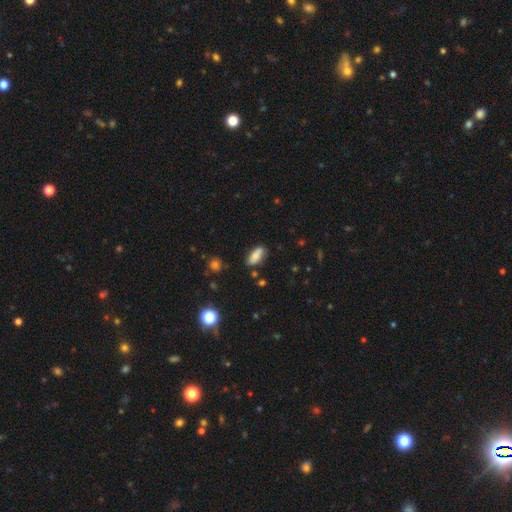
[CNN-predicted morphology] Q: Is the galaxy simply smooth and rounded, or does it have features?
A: smooth — 78%.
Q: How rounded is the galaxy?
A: in between — 81%.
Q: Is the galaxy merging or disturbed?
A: none — 76%.